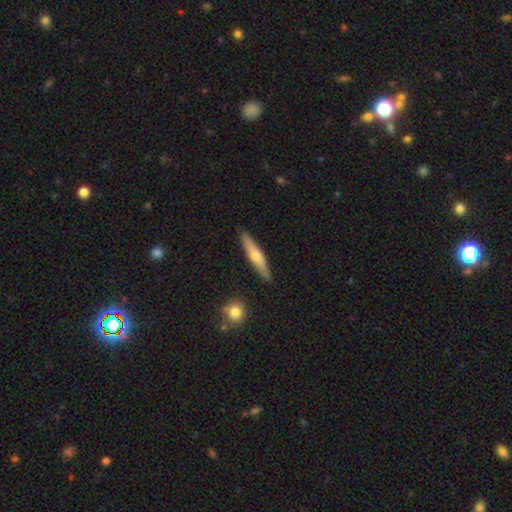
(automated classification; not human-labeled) Smooth or featured?
  - smooth: 49% *
  - featured or disk: 45%
  - star or artifact: 5%
Merging?
  - none: 89% *
  - minor disturbance: 8%
  - major disturbance: 2%
  - merger: 2%